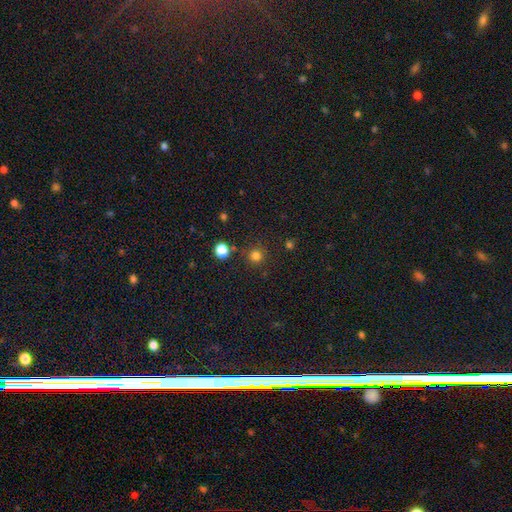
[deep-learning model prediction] Smooth or featured?
  - smooth: 78% *
  - star or artifact: 17%
  - featured or disk: 4%
How rounded?
  - round: 94% *
  - in between: 5%
  - cigar-shaped: 1%
Merging?
  - none: 86% *
  - minor disturbance: 7%
  - merger: 4%
  - major disturbance: 3%